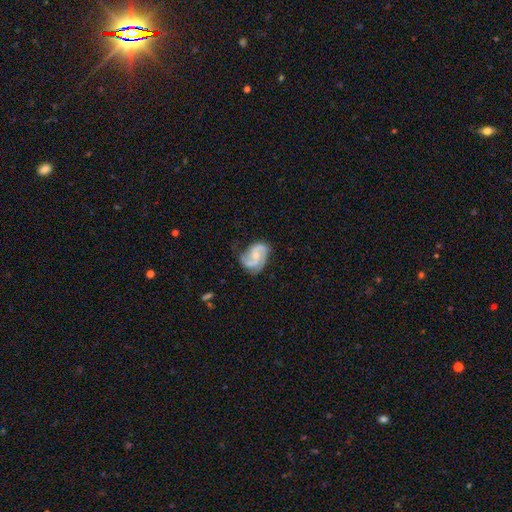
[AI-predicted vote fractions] smooth_or_featured: featured or disk (p=0.84) [alt: smooth p=0.11]
disk_edge_on: no (p=0.98) [alt: yes p=0.02]
bar: no (p=0.58) [alt: weak p=0.34]
has_spiral_arms: yes (p=0.96) [alt: no p=0.04]
spiral_winding: medium (p=0.53) [alt: loose p=0.24]
spiral_arm_count: 2 (p=0.64) [alt: 3 p=0.23]
bulge_size: small (p=0.53) [alt: moderate p=0.41]
merging: none (p=0.61) [alt: minor disturbance p=0.25]